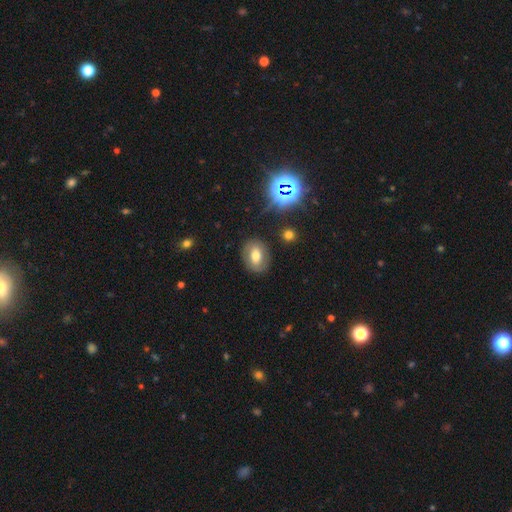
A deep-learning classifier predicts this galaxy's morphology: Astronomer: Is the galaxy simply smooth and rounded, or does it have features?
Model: smooth — 57%.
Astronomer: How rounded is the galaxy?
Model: in between — 65%.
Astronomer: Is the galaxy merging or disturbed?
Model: none — 83%.